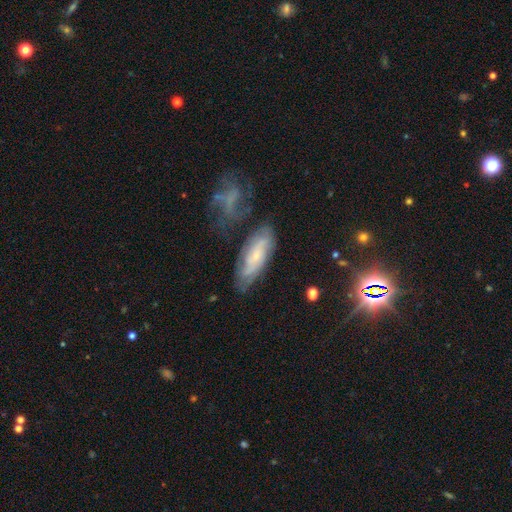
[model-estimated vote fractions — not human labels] featured or disk 63%, smooth 28%, star or artifact 9%. Down the decision tree: edge-on disk — no (85%); bar — no (67%); spiral arms — yes (83%); bulge size — small (72%); merging — none (65%).